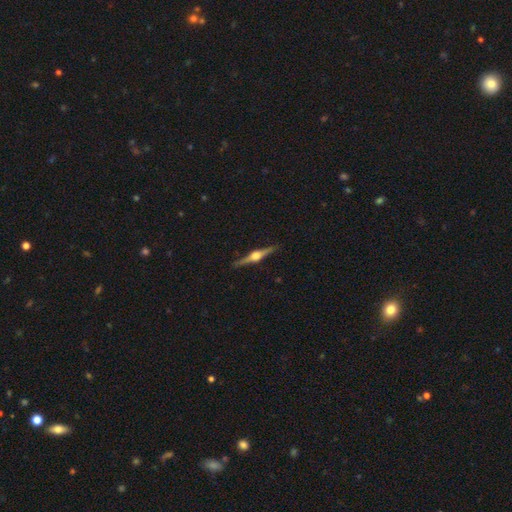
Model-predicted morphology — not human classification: Smooth or featured?
  - featured or disk: 83% *
  - smooth: 11%
  - star or artifact: 5%
Edge-on disk?
  - yes: 98% *
  - no: 2%
Edge-on bulge?
  - rounded: 94% *
  - boxy: 5%
  - none: 2%
Merging?
  - none: 91% *
  - minor disturbance: 7%
  - major disturbance: 1%
  - merger: 1%